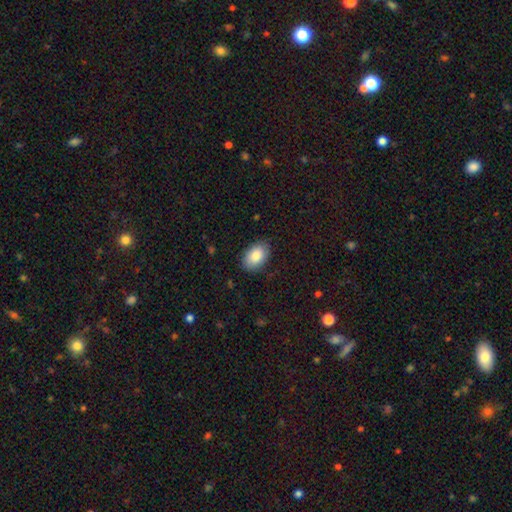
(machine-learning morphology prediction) This appears to be a smooth galaxy with no disk features (85%) that is in between round and cigar-shaped (89%). Merging: none (85%).